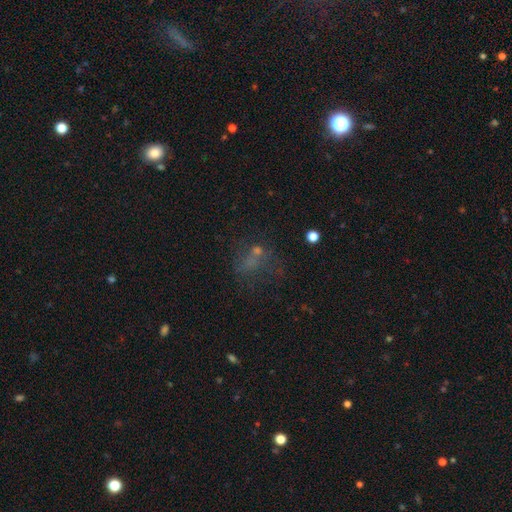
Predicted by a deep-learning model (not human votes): smooth_or_featured: smooth (p=0.39) [alt: star or artifact p=0.33]
merging: none (p=0.42) [alt: major disturbance p=0.28]